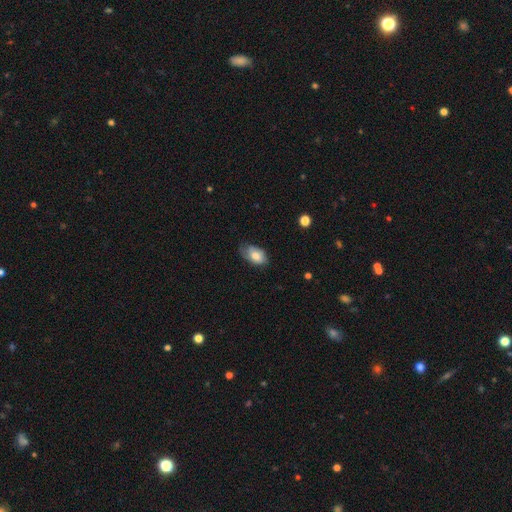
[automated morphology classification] The model was most divided on "merging": none: 61%, minor disturbance: 30%, major disturbance: 8%, merger: 1%. More confident: how rounded — in between (92%); smooth or featured — smooth (68%).